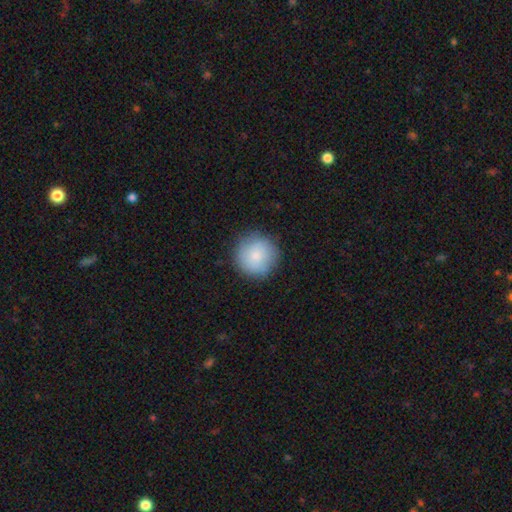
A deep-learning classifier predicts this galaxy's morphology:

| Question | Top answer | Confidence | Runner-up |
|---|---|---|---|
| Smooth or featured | smooth | 78% | featured or disk (14%) |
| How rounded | round | 95% | in between (4%) |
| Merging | none | 85% | minor disturbance (11%) |